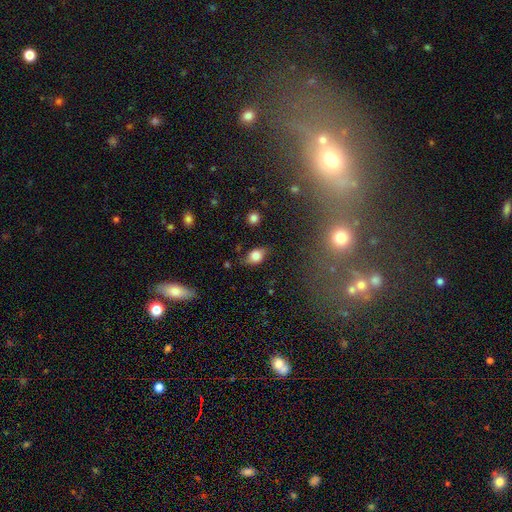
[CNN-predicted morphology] smooth-or-featured: smooth: 75% | featured or disk: 16% | star or artifact: 9%
  how-rounded: in between: 82% | round: 16% | cigar-shaped: 3%
  merging: none: 70% | minor disturbance: 22% | major disturbance: 5% | merger: 2%